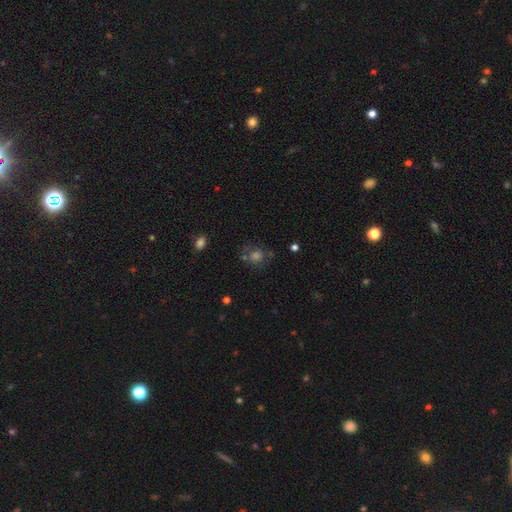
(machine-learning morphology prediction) smooth 40%, star or artifact 31%, featured or disk 29%. Down the decision tree: merging — none (65%).